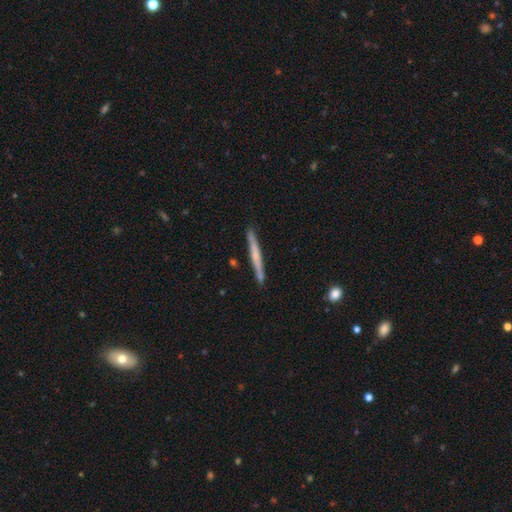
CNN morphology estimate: featured or disk 51%, smooth 43%, star or artifact 6%. Down the decision tree: edge-on disk — yes (97%); merging — none (89%).